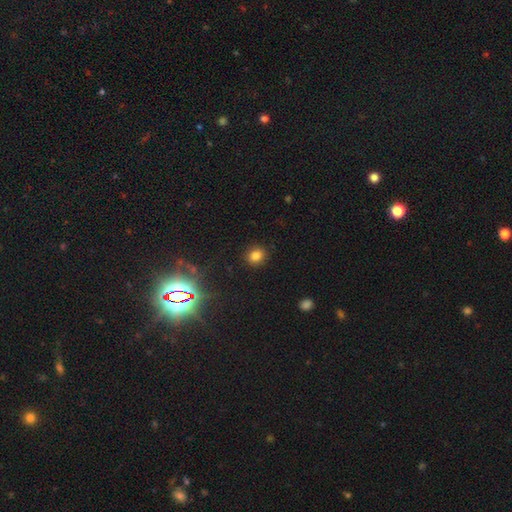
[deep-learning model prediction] Smooth or featured: smooth — 79% (star or artifact — 15%)
How rounded: round — 72% (in between — 27%)
Merging: none — 89% (minor disturbance — 7%)